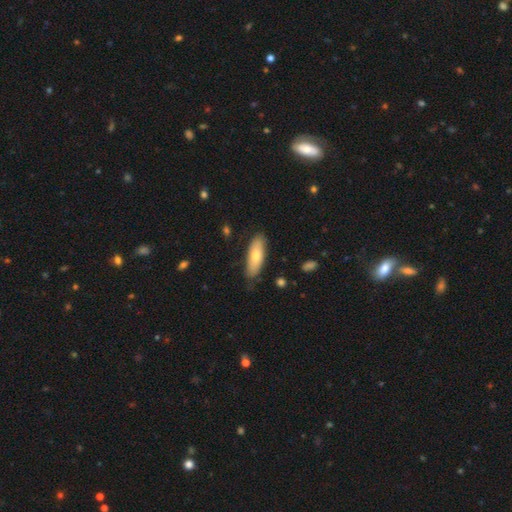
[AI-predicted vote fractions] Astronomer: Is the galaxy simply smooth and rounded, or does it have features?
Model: smooth — 72%.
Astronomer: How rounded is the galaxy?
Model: in between — 61% (runner-up: cigar-shaped, 37%).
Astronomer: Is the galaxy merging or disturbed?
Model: none — 79%.